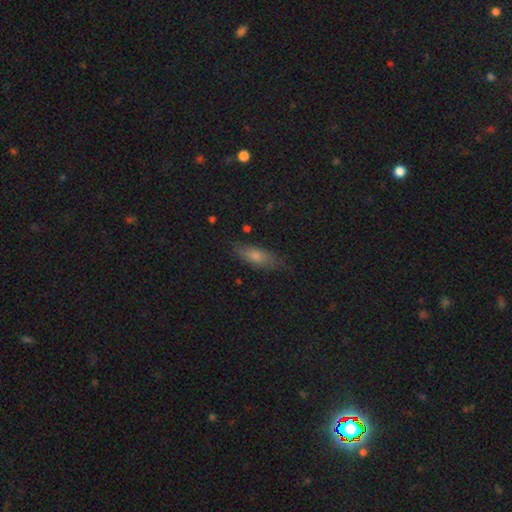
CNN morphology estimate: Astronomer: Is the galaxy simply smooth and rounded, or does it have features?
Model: smooth — 63%.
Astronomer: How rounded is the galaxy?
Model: in between — 56% (runner-up: cigar-shaped, 40%).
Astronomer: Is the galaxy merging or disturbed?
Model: none — 82%.